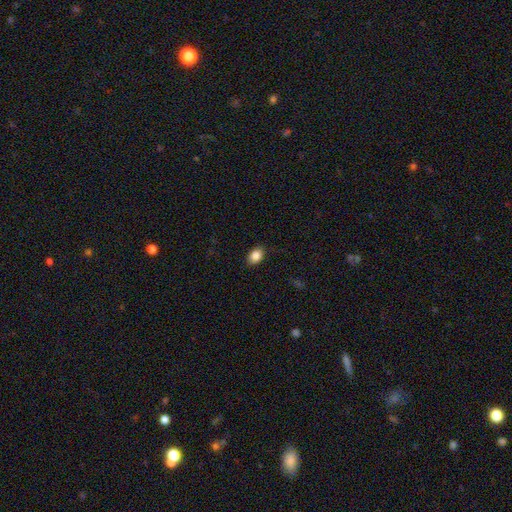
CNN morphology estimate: Smooth or featured?
  - smooth: 86% *
  - star or artifact: 8%
  - featured or disk: 5%
How rounded?
  - in between: 76% *
  - round: 23%
  - cigar-shaped: 1%
Merging?
  - none: 87% *
  - minor disturbance: 10%
  - major disturbance: 2%
  - merger: 1%